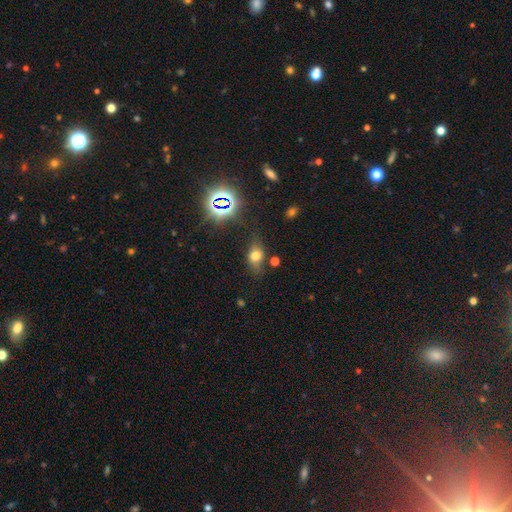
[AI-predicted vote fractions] smooth-or-featured: smooth: 60% | star or artifact: 22% | featured or disk: 18%
  how-rounded: in between: 69% | round: 27% | cigar-shaped: 3%
  merging: none: 65% | minor disturbance: 22% | major disturbance: 9% | merger: 4%